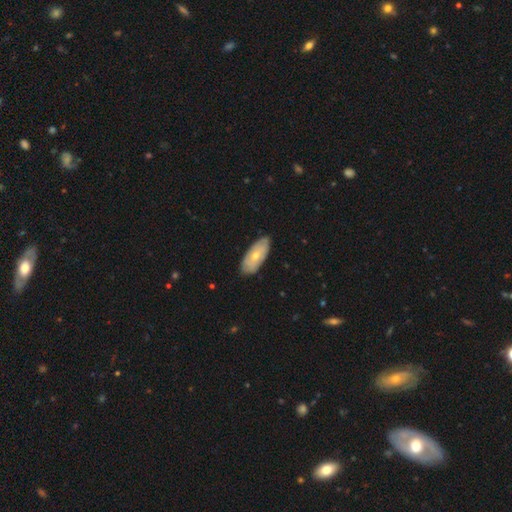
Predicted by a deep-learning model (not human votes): A smooth galaxy with no disk features (51%) that is in between round and cigar-shaped (88%). Merging: none (83%).